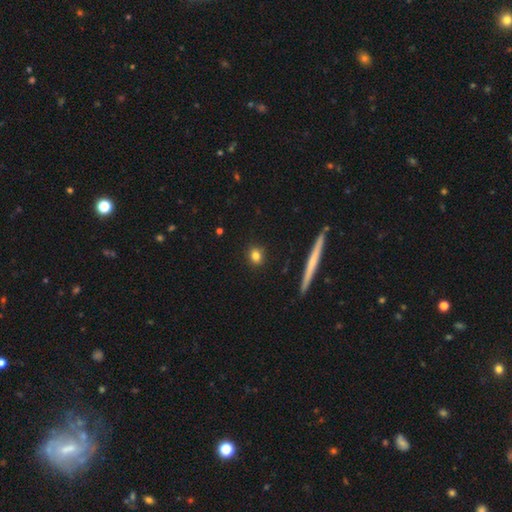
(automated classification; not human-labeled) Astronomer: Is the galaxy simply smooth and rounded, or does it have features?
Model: smooth — 80%.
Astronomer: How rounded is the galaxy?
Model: round — 71%.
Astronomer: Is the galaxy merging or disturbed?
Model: none — 90%.